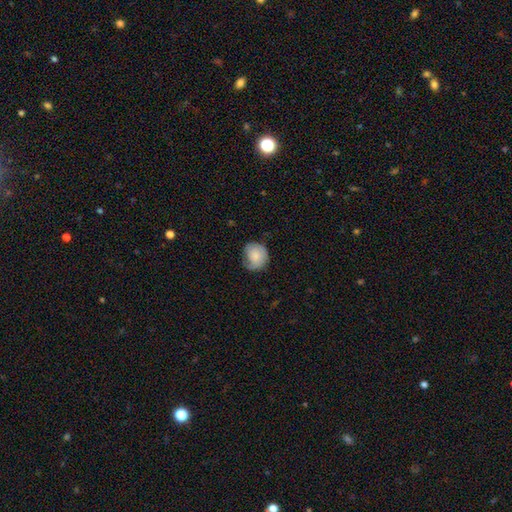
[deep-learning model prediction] Smooth or featured?
  - smooth: 70% *
  - featured or disk: 23%
  - star or artifact: 7%
How rounded?
  - round: 75% *
  - in between: 24%
  - cigar-shaped: 1%
Merging?
  - none: 54% *
  - minor disturbance: 32%
  - major disturbance: 13%
  - merger: 1%